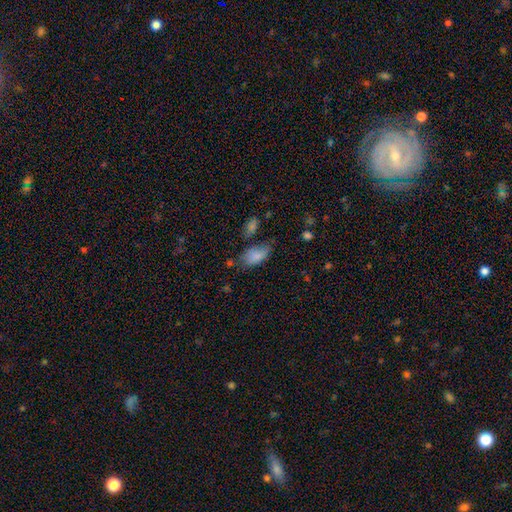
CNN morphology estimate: Smooth or featured? Predicted: smooth (p=0.82). How rounded? Predicted: in between (p=0.92). Merging? Predicted: none (p=0.48).